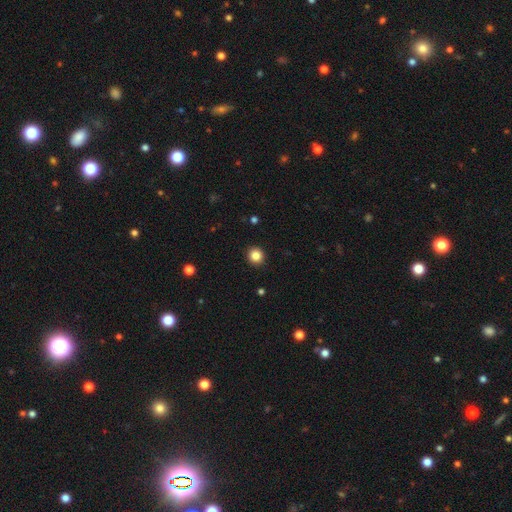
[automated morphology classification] This appears to be a smooth galaxy with no disk features (85%) that is round (94%). Merging: none (93%).